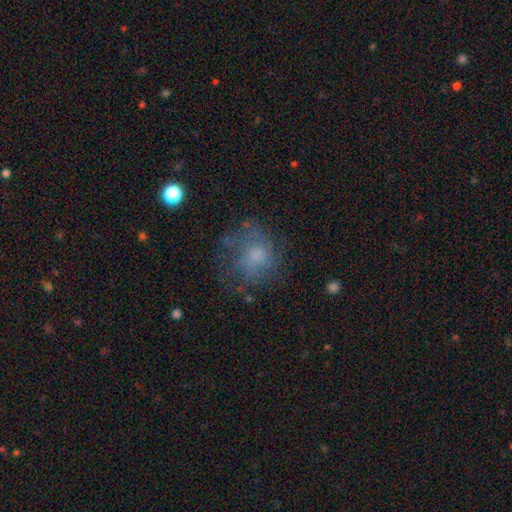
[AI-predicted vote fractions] This is possibly a smooth galaxy (48%). Merging: possibly none (58%).